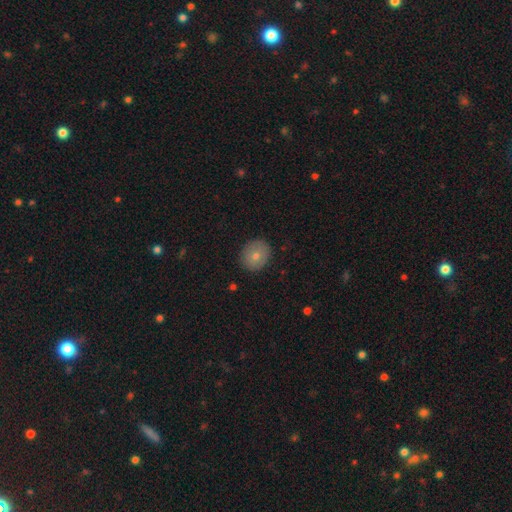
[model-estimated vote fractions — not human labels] A smooth galaxy with no disk features (74%) that is round (78%). Merging: none (88%).